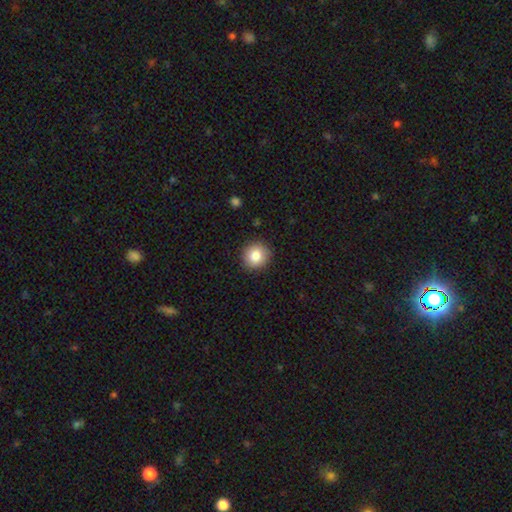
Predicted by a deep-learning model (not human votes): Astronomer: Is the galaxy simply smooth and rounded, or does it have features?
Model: smooth — 84%.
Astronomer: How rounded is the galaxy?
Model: round — 91%.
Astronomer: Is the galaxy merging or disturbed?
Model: none — 90%.